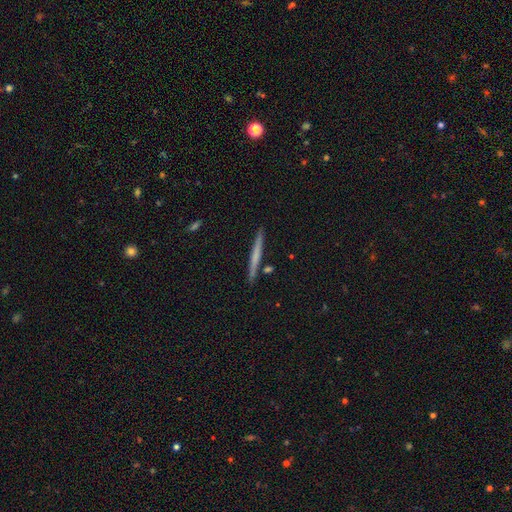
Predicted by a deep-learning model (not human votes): Q: Smooth or featured?
A: smooth (50%); runner-up: featured or disk (44%)
Q: How rounded?
A: cigar-shaped (97%); runner-up: in between (2%)
Q: Merging?
A: none (89%); runner-up: minor disturbance (7%)